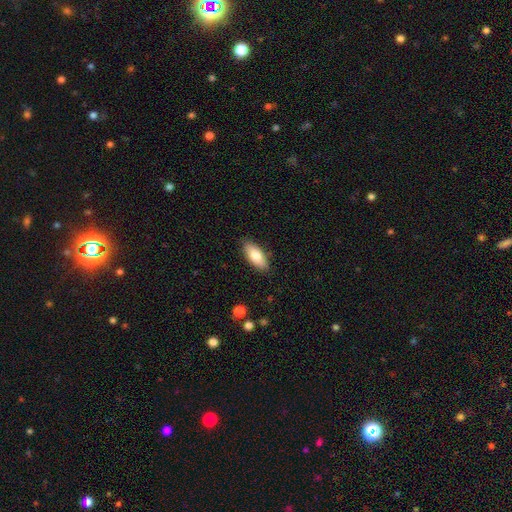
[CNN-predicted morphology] smooth-or-featured: smooth: 79% | featured or disk: 15% | star or artifact: 6%
  how-rounded: in between: 83% | cigar-shaped: 15% | round: 2%
  merging: none: 87% | minor disturbance: 10% | major disturbance: 2% | merger: 1%